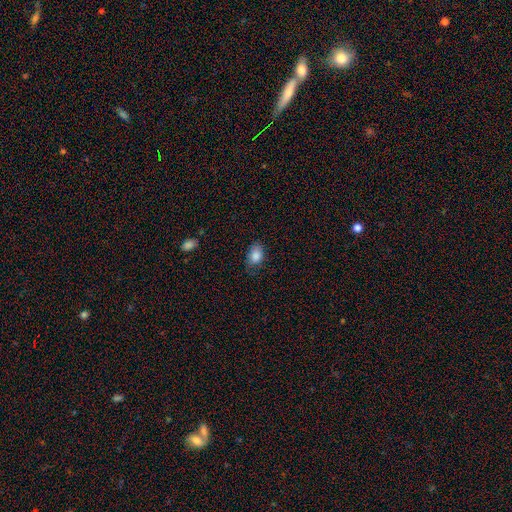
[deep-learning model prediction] smooth_or_featured: smooth (p=0.84) [alt: star or artifact p=0.08]
how_rounded: in between (p=0.83) [alt: round p=0.16]
merging: none (p=0.65) [alt: minor disturbance p=0.26]